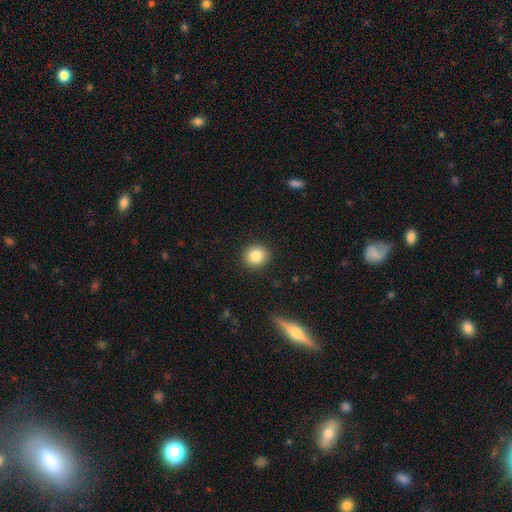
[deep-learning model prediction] Q: Smooth or featured?
A: smooth (84%); runner-up: star or artifact (10%)
Q: How rounded?
A: round (86%); runner-up: in between (13%)
Q: Merging?
A: none (91%); runner-up: minor disturbance (6%)